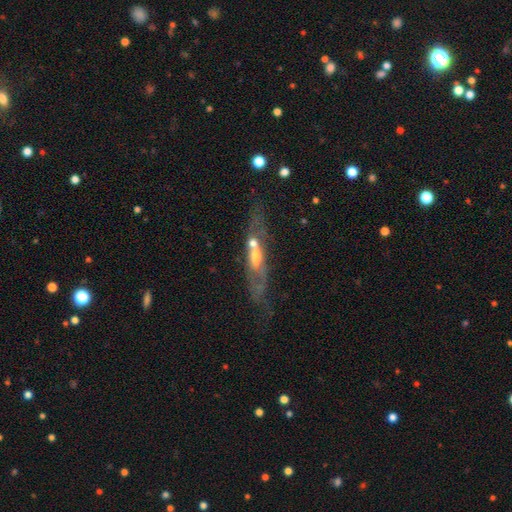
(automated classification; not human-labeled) A featured or disk galaxy (65%). Merging: none (46%).